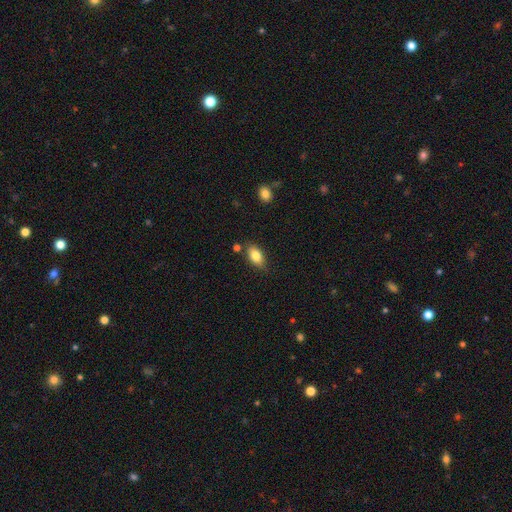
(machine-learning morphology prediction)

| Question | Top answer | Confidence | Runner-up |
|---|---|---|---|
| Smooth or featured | smooth | 82% | featured or disk (10%) |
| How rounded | in between | 90% | round (6%) |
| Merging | none | 77% | minor disturbance (15%) |